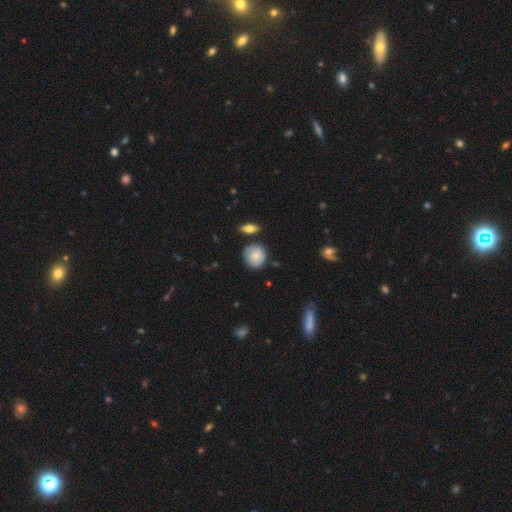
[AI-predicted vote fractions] A smooth galaxy with no disk features (72%) that is round (86%). Merging: none (73%).